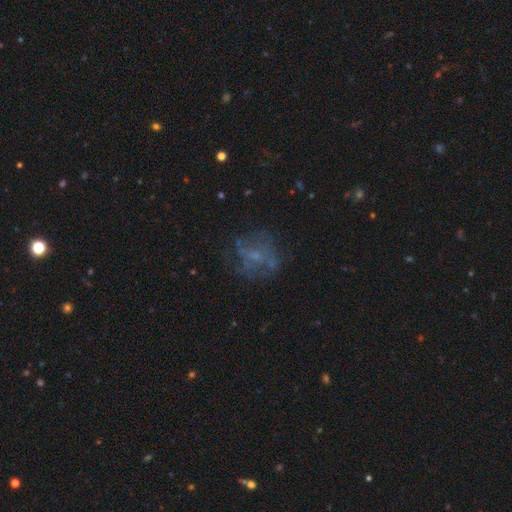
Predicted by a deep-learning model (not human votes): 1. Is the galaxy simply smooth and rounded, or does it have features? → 53% featured or disk, 28% smooth, 19% star or artifact.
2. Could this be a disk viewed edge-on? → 97% no, 3% yes.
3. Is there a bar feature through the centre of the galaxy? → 69% no, 26% weak, 5% strong.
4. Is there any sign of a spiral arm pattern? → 53% no, 47% yes.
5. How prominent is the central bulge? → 61% small, 22% none, 15% moderate, 1% large, 1% dominant.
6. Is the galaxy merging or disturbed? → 60% none, 20% major disturbance, 18% minor disturbance, 2% merger.